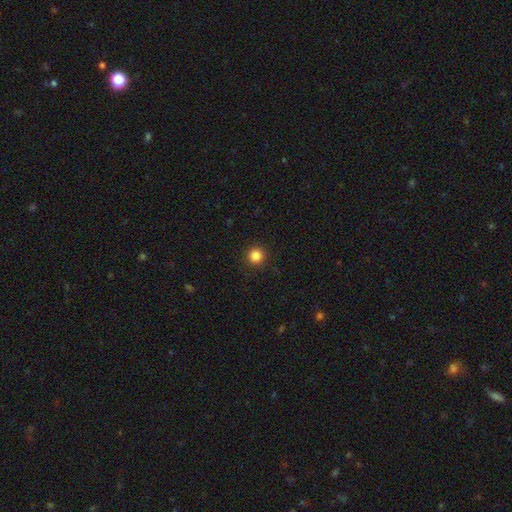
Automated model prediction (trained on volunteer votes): This is clearly a smooth galaxy (85%). How rounded: clearly round (96%). Merging: clearly none (93%).